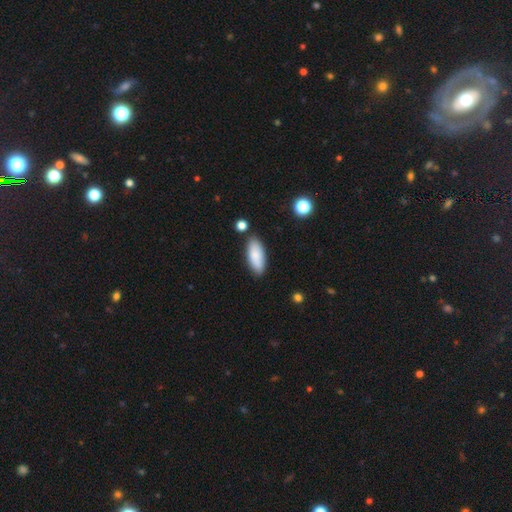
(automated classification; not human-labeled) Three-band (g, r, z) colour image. It shows a smooth galaxy with no disk features (85%) that is in between round and cigar-shaped (79%). Merging: none (83%).